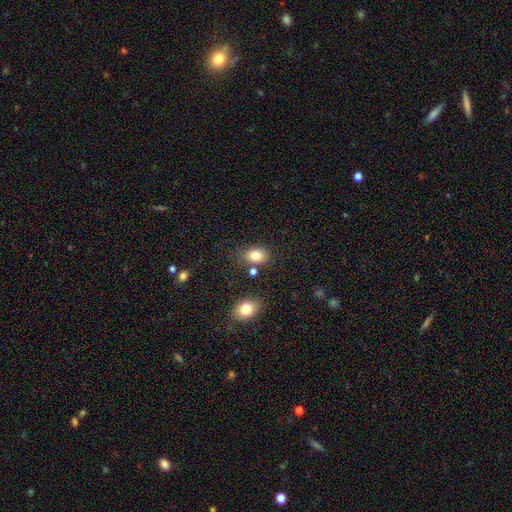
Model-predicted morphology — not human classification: Smooth or featured? smooth (81%)
How rounded? in between (68%)
Merging? none (72%)